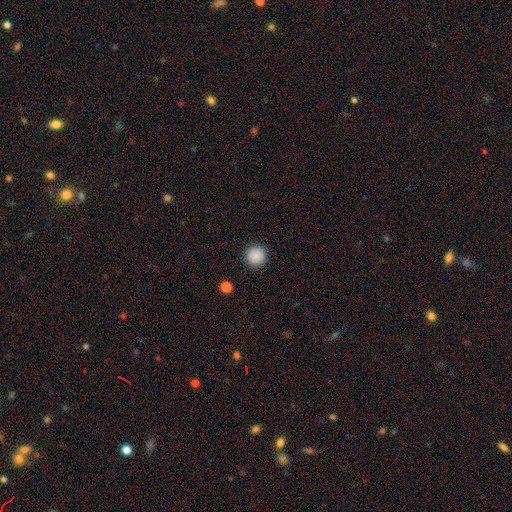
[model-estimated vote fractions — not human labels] Q: Smooth or featured?
A: smooth (88%); runner-up: star or artifact (9%)
Q: How rounded?
A: round (96%); runner-up: in between (3%)
Q: Merging?
A: none (92%); runner-up: minor disturbance (5%)